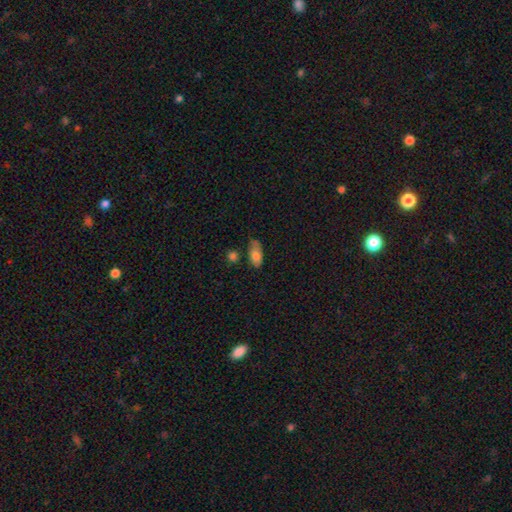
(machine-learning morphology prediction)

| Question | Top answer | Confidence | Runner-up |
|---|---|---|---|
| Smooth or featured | smooth | 77% | featured or disk (15%) |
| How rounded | in between | 89% | cigar-shaped (7%) |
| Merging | none | 51% | minor disturbance (32%) |